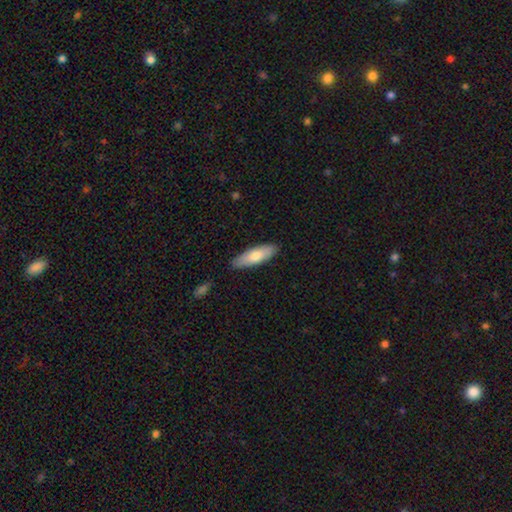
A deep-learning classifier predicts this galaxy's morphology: The model was most divided on "how rounded": in between: 54%, cigar-shaped: 44%, round: 2%. More confident: merging — none (87%); smooth or featured — smooth (73%).